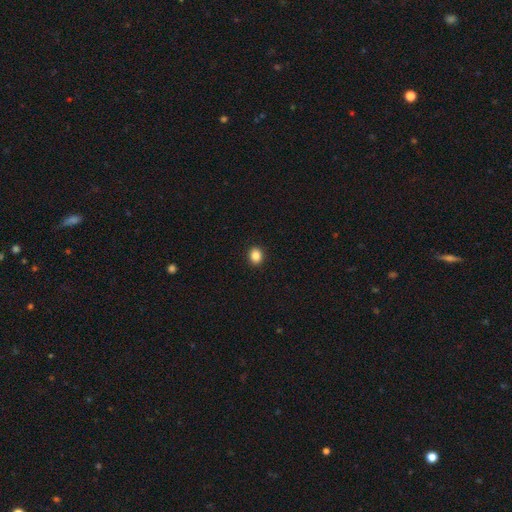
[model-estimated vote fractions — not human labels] Smooth or featured? Predicted: smooth (p=0.86). How rounded? Predicted: round (p=0.67). Merging? Predicted: none (p=0.93).